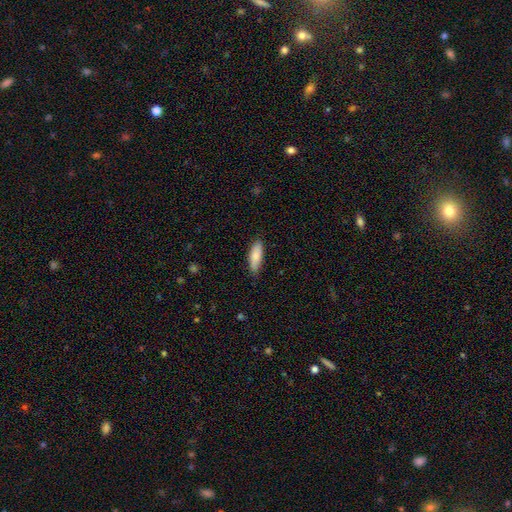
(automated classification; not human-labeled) This is clearly a smooth galaxy (84%). How rounded: possibly in between (57%). Merging: clearly none (84%).